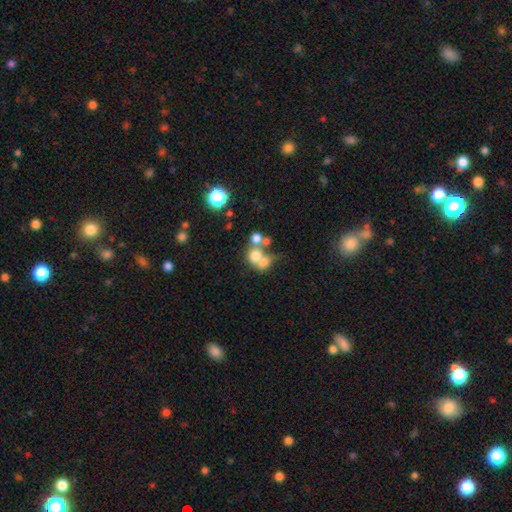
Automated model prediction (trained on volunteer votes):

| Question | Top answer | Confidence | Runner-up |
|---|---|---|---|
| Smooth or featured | smooth | 66% | featured or disk (19%) |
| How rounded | round | 69% | in between (30%) |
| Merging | merger | 56% | none (29%) |